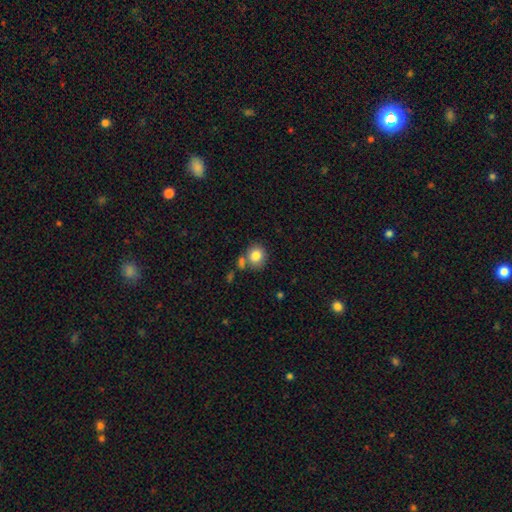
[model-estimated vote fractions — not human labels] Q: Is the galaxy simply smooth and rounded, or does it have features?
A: smooth — 83%.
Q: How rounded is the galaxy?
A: round — 78%.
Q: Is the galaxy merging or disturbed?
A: none — 65%.